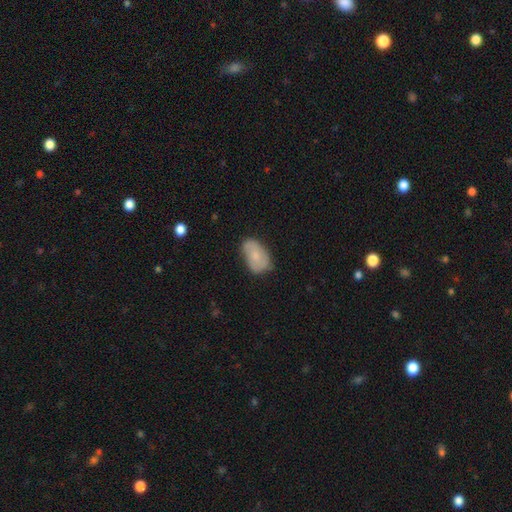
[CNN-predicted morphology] Smooth or featured?
  - smooth: 69% *
  - featured or disk: 24%
  - star or artifact: 7%
How rounded?
  - in between: 91% *
  - round: 7%
  - cigar-shaped: 1%
Merging?
  - none: 63% *
  - minor disturbance: 29%
  - major disturbance: 6%
  - merger: 2%